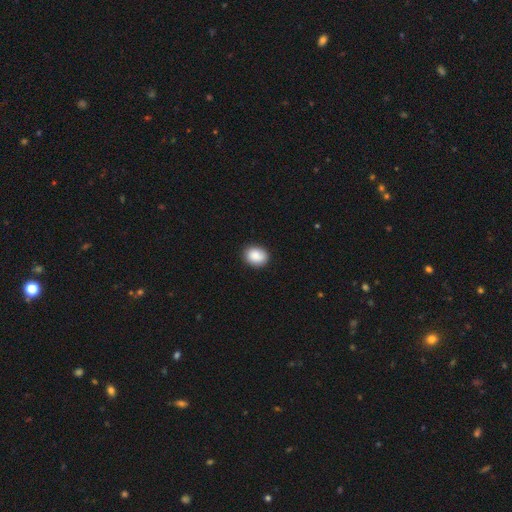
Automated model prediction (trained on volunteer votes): A smooth galaxy with no disk features (88%) that is in between round and cigar-shaped (51%). Merging: none (87%).